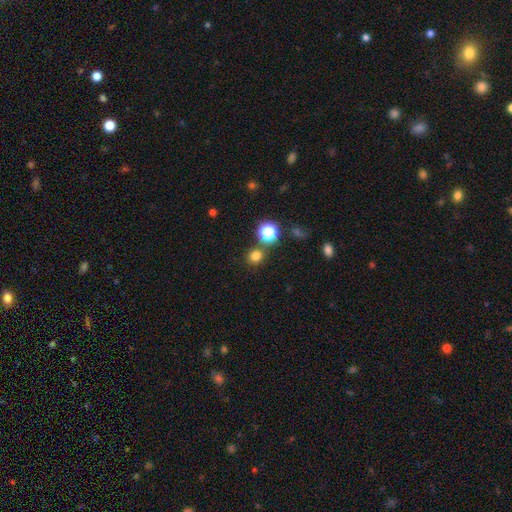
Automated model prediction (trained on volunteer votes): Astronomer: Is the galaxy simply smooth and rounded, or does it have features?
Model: smooth — 75%.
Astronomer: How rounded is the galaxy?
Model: round — 88%.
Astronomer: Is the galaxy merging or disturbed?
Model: none — 80%.